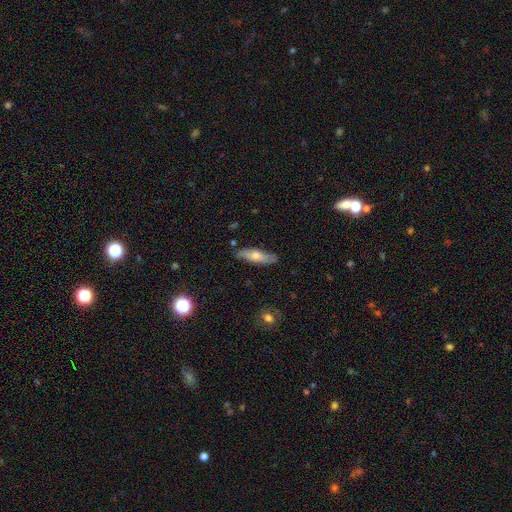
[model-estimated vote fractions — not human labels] A smooth galaxy with no disk features (61%) that is cigar-shaped (62%). Merging: none (85%).